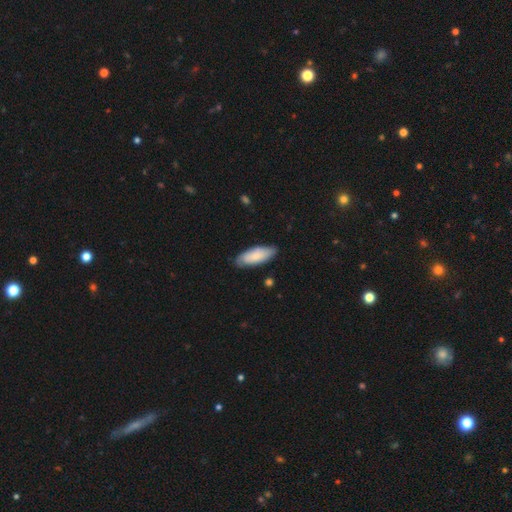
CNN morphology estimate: smooth 75%, featured or disk 20%, star or artifact 5%. Down the decision tree: how rounded — in between (74%); merging — none (78%).